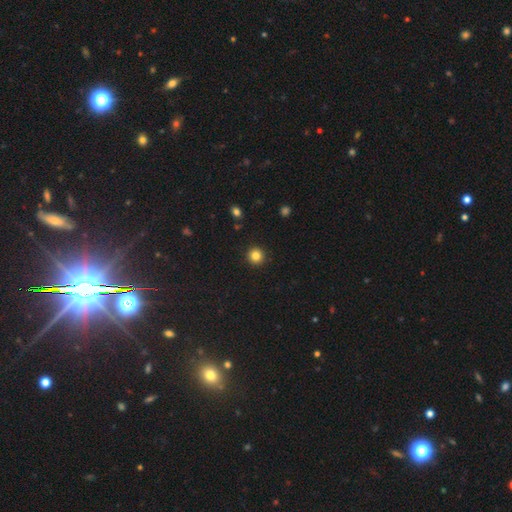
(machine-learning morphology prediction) This appears to be a smooth galaxy with no disk features (84%) that is round (95%). Merging: none (92%).